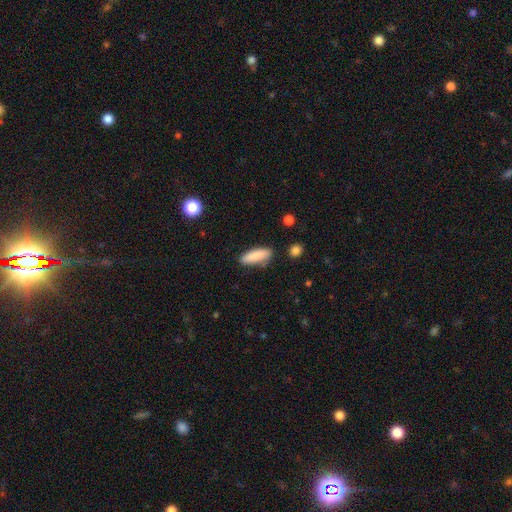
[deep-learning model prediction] smooth-or-featured: smooth: 86% | featured or disk: 7% | star or artifact: 7%
  how-rounded: in between: 54% | cigar-shaped: 44% | round: 2%
  merging: none: 79% | minor disturbance: 15% | major disturbance: 3% | merger: 3%